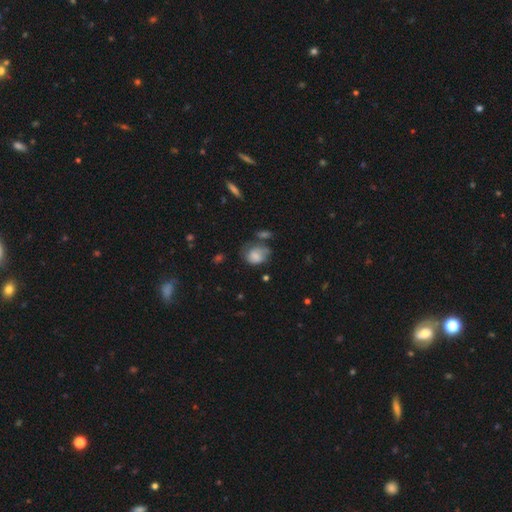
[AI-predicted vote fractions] This is likely a smooth galaxy (69%). How rounded: possibly in between (57%). Merging: marginally none (34%).